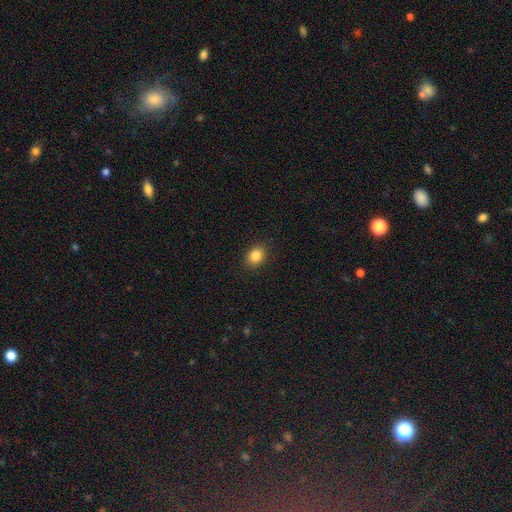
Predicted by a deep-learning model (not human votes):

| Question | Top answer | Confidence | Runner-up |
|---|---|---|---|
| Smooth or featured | smooth | 86% | star or artifact (10%) |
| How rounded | in between | 52% | round (47%) |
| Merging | none | 90% | minor disturbance (7%) |